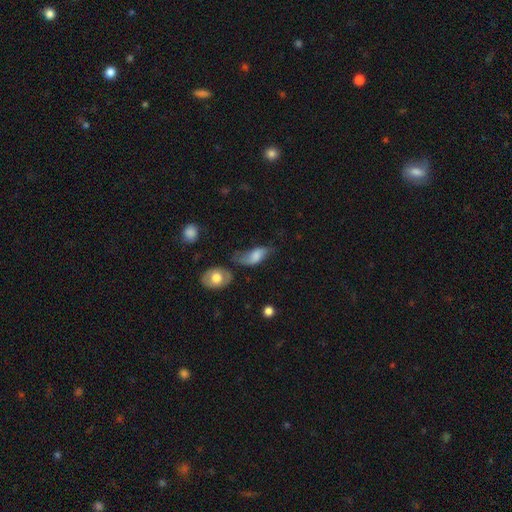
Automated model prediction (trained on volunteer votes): smooth-or-featured: smooth: 59% | featured or disk: 32% | star or artifact: 9%
  how-rounded: in between: 87% | cigar-shaped: 7% | round: 6%
  merging: none: 32% | minor disturbance: 30% | major disturbance: 26% | merger: 11%